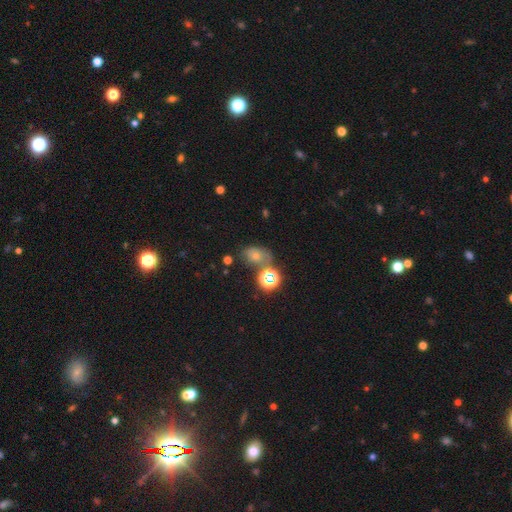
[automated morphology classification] Smooth or featured? Predicted: star or artifact (p=0.42).